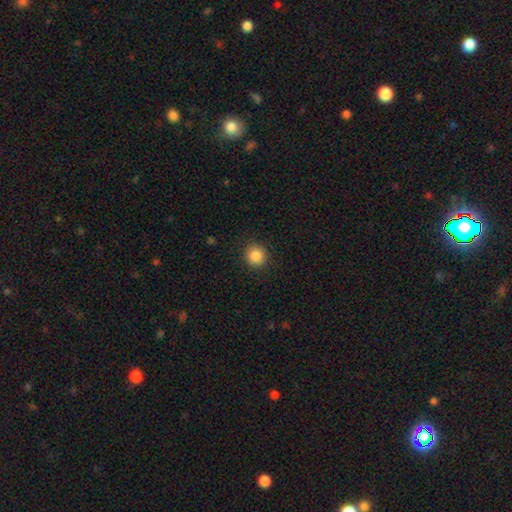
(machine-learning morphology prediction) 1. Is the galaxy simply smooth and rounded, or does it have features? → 87% smooth, 10% star or artifact, 4% featured or disk.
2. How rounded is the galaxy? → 93% round, 6% in between, 1% cigar-shaped.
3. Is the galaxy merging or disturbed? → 91% none, 6% minor disturbance, 2% major disturbance, 1% merger.